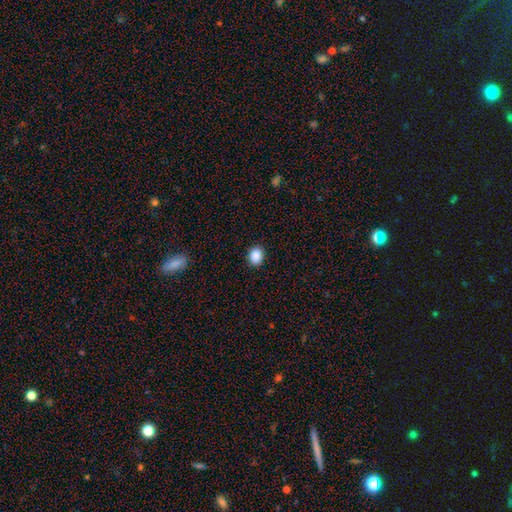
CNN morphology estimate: smooth-or-featured: smooth: 88% | star or artifact: 9% | featured or disk: 3%
  how-rounded: round: 56% | in between: 43% | cigar-shaped: 1%
  merging: none: 91% | minor disturbance: 6% | major disturbance: 2% | merger: 1%